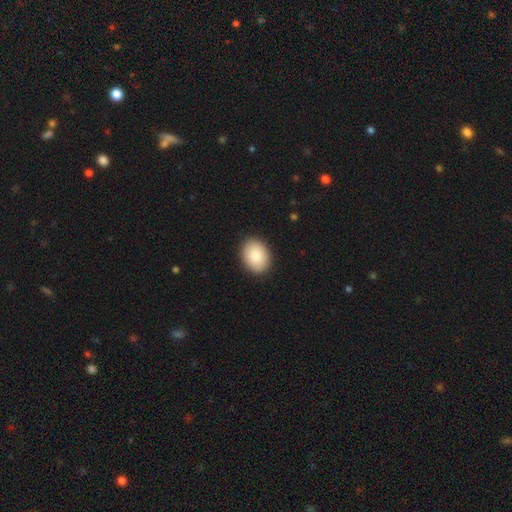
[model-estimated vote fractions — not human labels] The model was most divided on "how rounded": in between: 70%, round: 29%, cigar-shaped: 1%. More confident: merging — none (90%); smooth or featured — smooth (89%).